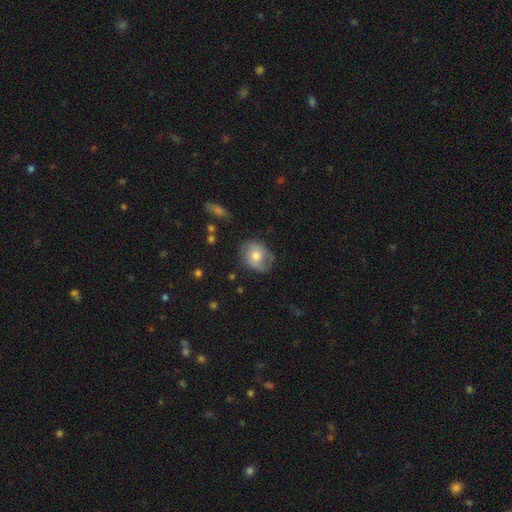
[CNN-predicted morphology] Q: Smooth or featured?
A: smooth (49%); runner-up: featured or disk (43%)
Q: Merging?
A: none (67%); runner-up: minor disturbance (23%)